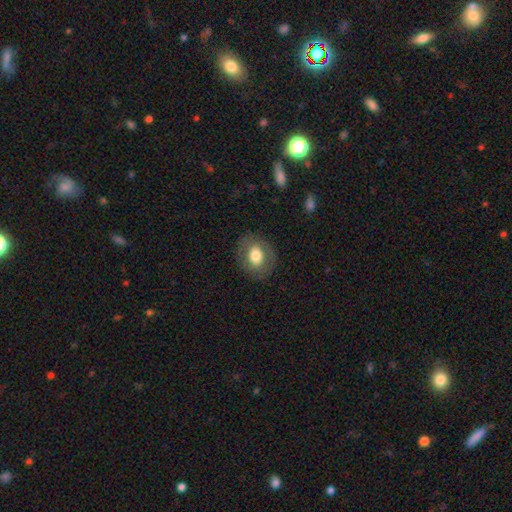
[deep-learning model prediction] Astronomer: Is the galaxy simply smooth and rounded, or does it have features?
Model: smooth — 66%.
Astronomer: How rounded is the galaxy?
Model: in between — 56% (runner-up: round, 43%).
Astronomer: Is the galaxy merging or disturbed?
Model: none — 82%.